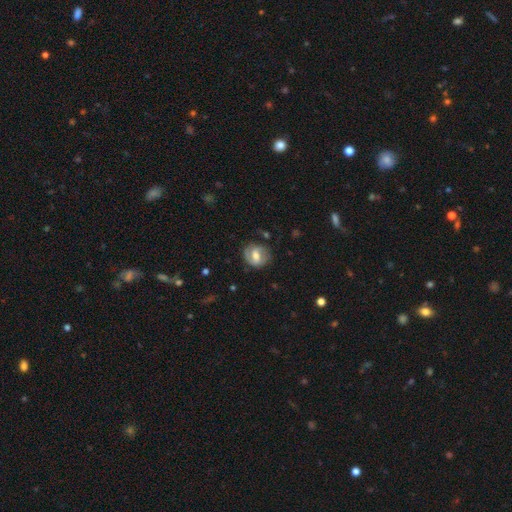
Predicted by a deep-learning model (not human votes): Overall: featured or disk (57%; smooth 36%). Edge-on disk: no (97%). Bar: weak (49%; no 26%). Spiral arms: yes (78%). Bulge size: moderate (68%). Merging: none (71%).